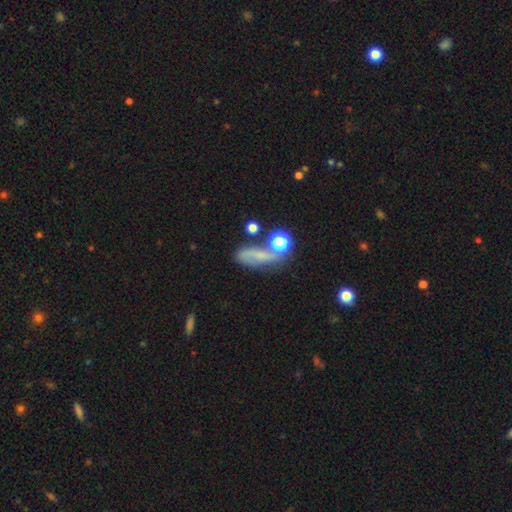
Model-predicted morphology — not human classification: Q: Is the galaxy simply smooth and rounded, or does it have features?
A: smooth — 46%.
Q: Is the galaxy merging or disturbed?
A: none — 42%.